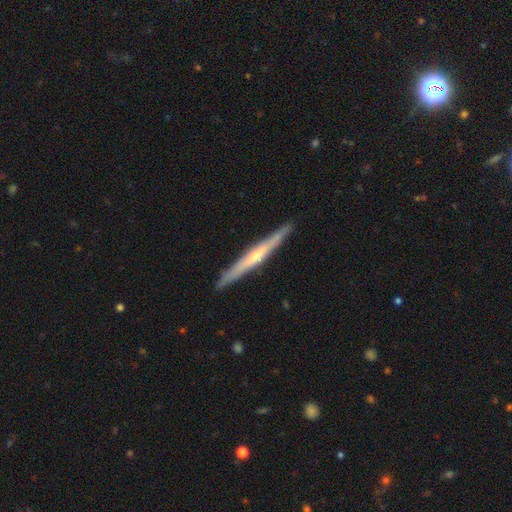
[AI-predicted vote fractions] Smooth or featured: featured or disk — 72% (smooth — 22%)
Edge-on disk: yes — 97% (no — 3%)
Edge-on bulge: rounded — 72% (none — 22%)
Merging: none — 90% (minor disturbance — 8%)